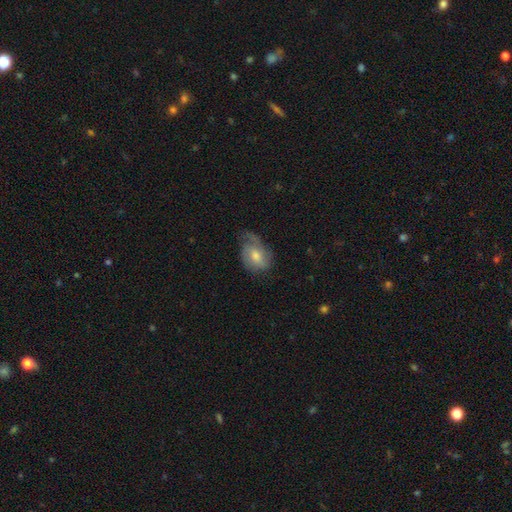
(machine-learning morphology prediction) type=featured or disk (50%); merging=none (45%).